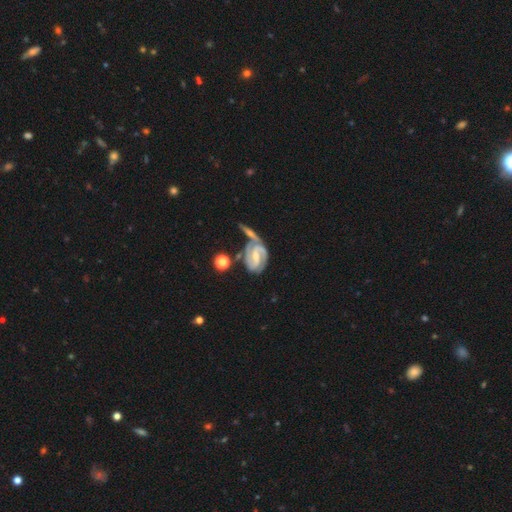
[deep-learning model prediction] smooth_or_featured: featured or disk (p=0.90) [alt: smooth p=0.06]
disk_edge_on: no (p=0.97) [alt: yes p=0.03]
bar: weak (p=0.43) [alt: strong p=0.42]
has_spiral_arms: yes (p=0.98) [alt: no p=0.02]
spiral_winding: tight (p=0.50) [alt: medium p=0.42]
spiral_arm_count: 2 (p=0.86) [alt: 3 p=0.06]
bulge_size: small (p=0.58) [alt: moderate p=0.34]
merging: none (p=0.44) [alt: merger p=0.30]